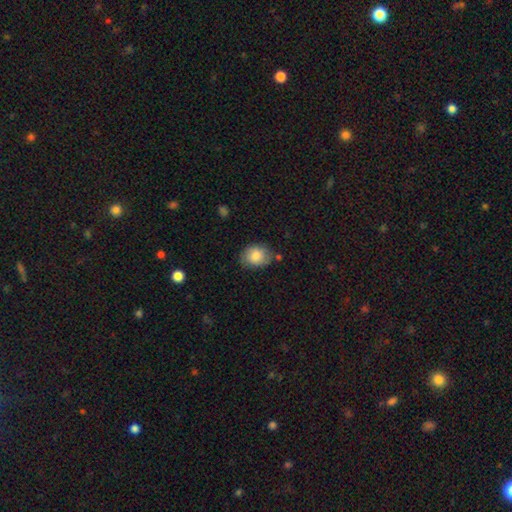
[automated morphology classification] This appears to be a smooth galaxy with no disk features (81%) that is in between round and cigar-shaped (63%). Merging: none (71%).